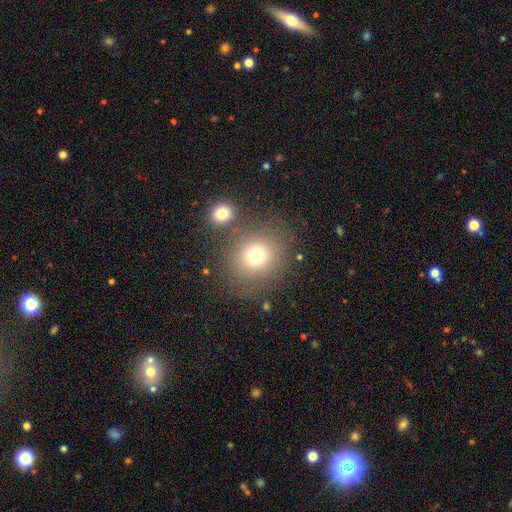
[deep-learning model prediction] smooth-or-featured: smooth: 74% | star or artifact: 15% | featured or disk: 11%
  how-rounded: round: 83% | in between: 16% | cigar-shaped: 1%
  merging: none: 73% | merger: 13% | minor disturbance: 10% | major disturbance: 5%